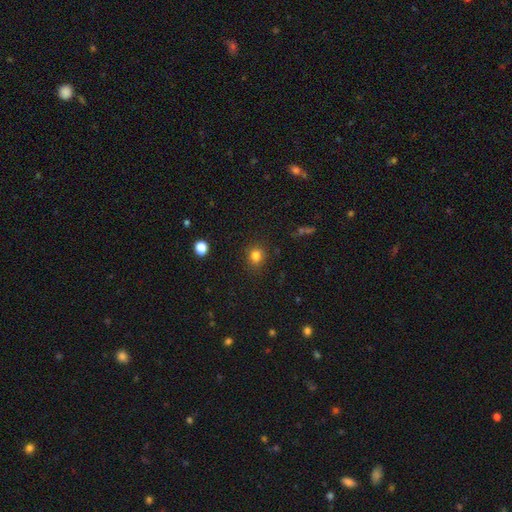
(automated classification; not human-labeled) The model was most divided on "how rounded": round: 79%, in between: 20%, cigar-shaped: 1%. More confident: merging — none (85%); smooth or featured — smooth (82%).